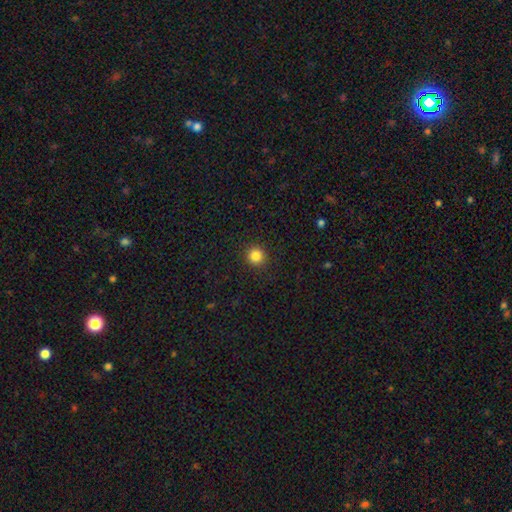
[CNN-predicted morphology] A smooth galaxy with no disk features (84%) that is round (94%). Merging: none (92%).